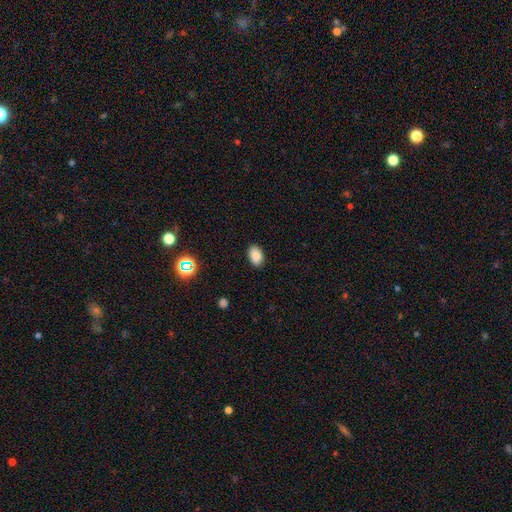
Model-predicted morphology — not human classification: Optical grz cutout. It shows a smooth galaxy with no disk features (86%) that is in between round and cigar-shaped (87%). Merging: none (87%).